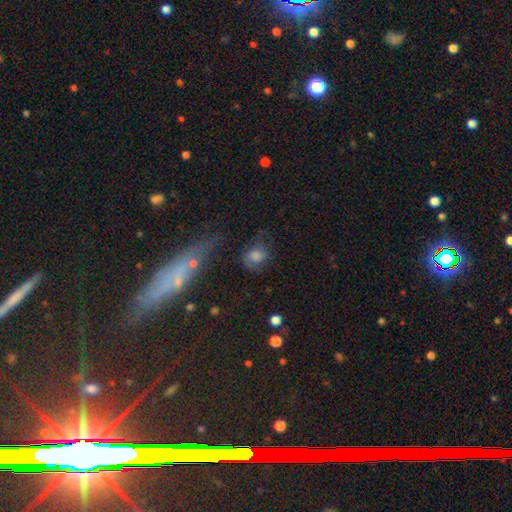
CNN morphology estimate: smooth 65%, featured or disk 21%, star or artifact 14%. Down the decision tree: how rounded — round (50%); merging — none (43%).